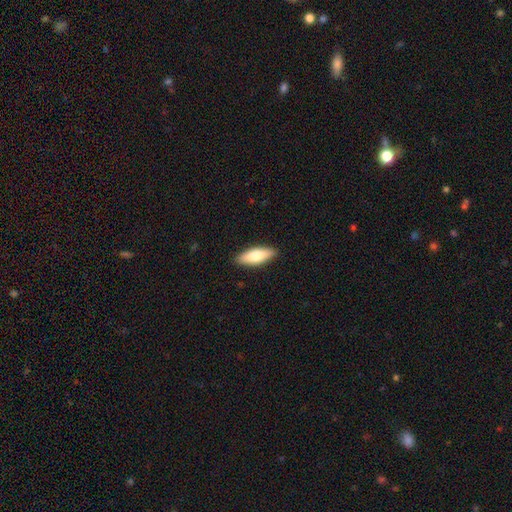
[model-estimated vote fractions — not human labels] Morphology: type=smooth (74%); roundness=in between (60%); merging=none (89%).